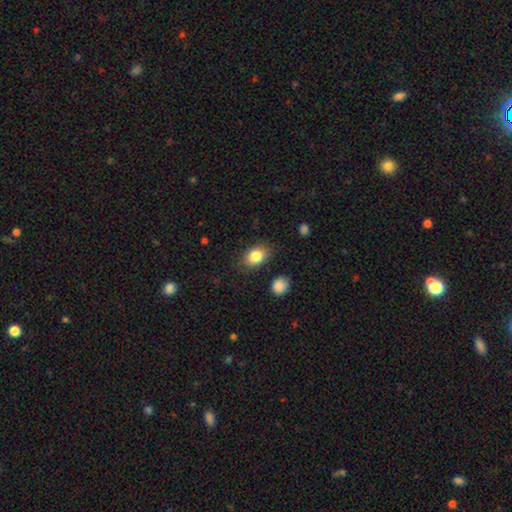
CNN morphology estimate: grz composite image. It shows a smooth galaxy with no disk features (83%) that is in between round and cigar-shaped (77%). Merging: none (83%).